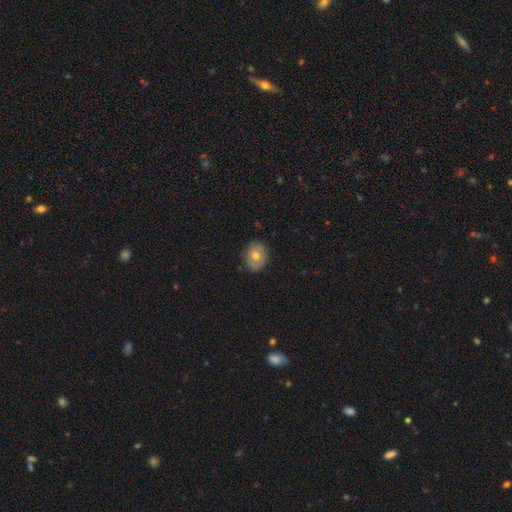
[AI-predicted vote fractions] This is likely a smooth galaxy (66%). How rounded: possibly round (57%). Merging: clearly none (83%).